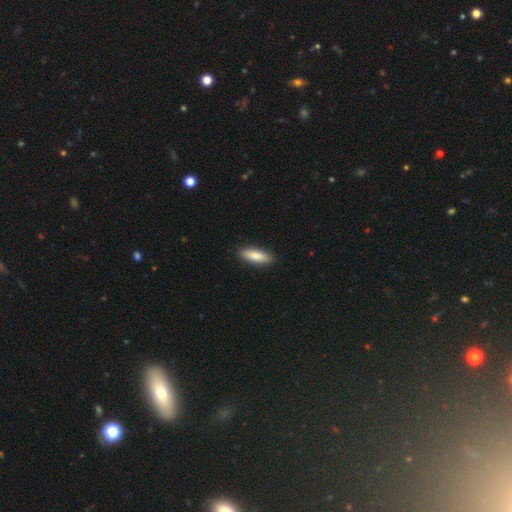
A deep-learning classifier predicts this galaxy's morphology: Smooth or featured? Predicted: smooth (p=0.83). How rounded? Predicted: in between (p=0.52). Merging? Predicted: none (p=0.90).